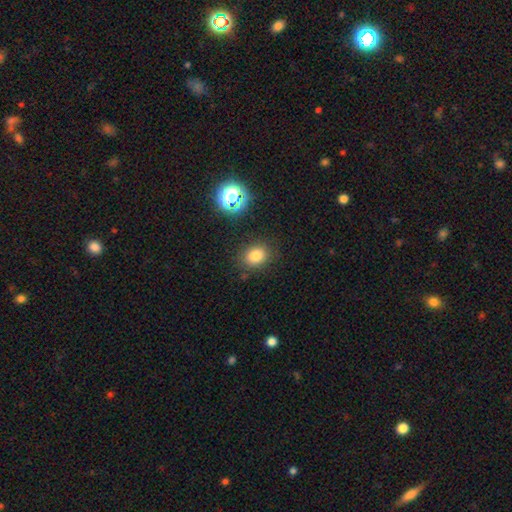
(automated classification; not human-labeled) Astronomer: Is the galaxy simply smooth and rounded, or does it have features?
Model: smooth — 79%.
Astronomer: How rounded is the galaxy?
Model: in between — 50% (runner-up: round, 49%).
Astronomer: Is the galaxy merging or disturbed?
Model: none — 84%.